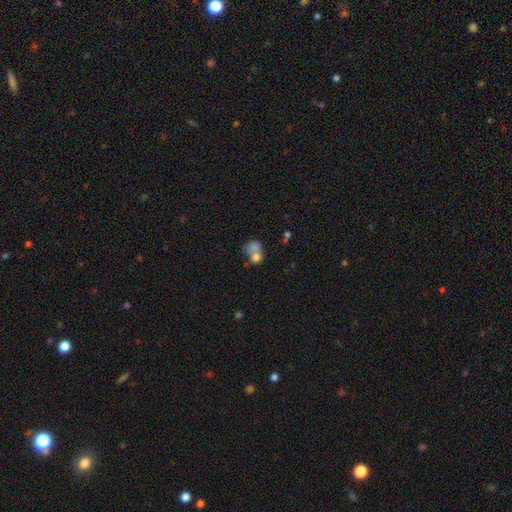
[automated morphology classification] The model was most divided on "how rounded": round: 58%, in between: 41%, cigar-shaped: 1%. More confident: smooth or featured — smooth (71%); merging — merger (58%).